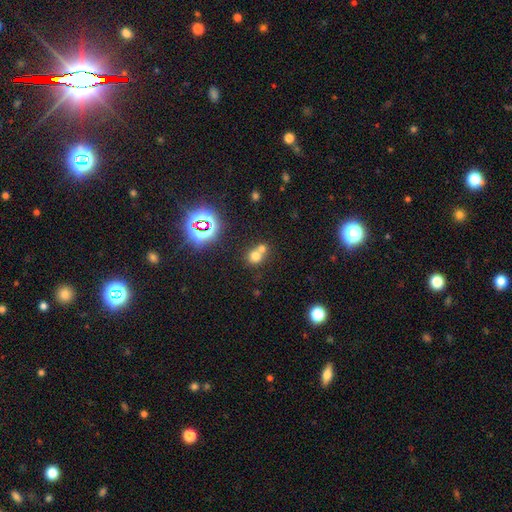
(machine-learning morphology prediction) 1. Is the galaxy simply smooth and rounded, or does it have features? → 67% smooth, 21% star or artifact, 13% featured or disk.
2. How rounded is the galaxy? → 79% round, 20% in between, 1% cigar-shaped.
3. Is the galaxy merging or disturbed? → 56% merger, 36% none, 6% minor disturbance, 3% major disturbance.